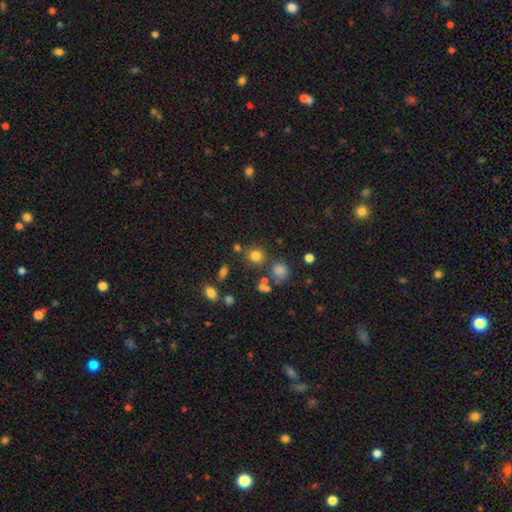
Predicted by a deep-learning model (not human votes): Smooth or featured?
  - smooth: 78% *
  - star or artifact: 15%
  - featured or disk: 7%
How rounded?
  - round: 84% *
  - in between: 15%
  - cigar-shaped: 1%
Merging?
  - none: 75% *
  - merger: 11%
  - minor disturbance: 10%
  - major disturbance: 4%